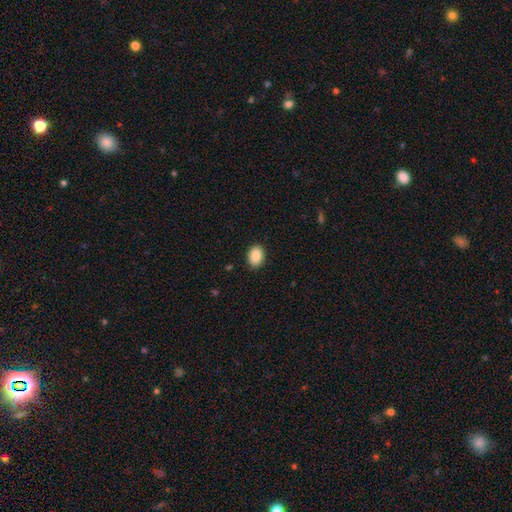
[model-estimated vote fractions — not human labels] This appears to be a smooth galaxy with no disk features (89%) that is in between round and cigar-shaped (74%). Merging: none (89%).